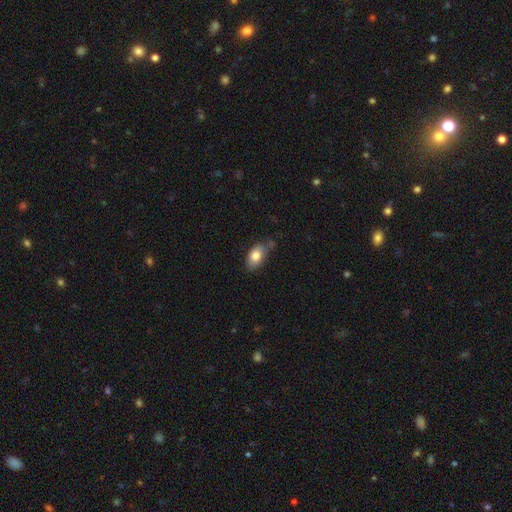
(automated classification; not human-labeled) The model was most divided on "merging": none: 61%, minor disturbance: 28%, major disturbance: 6%, merger: 5%. More confident: how rounded — in between (90%); smooth or featured — smooth (81%).